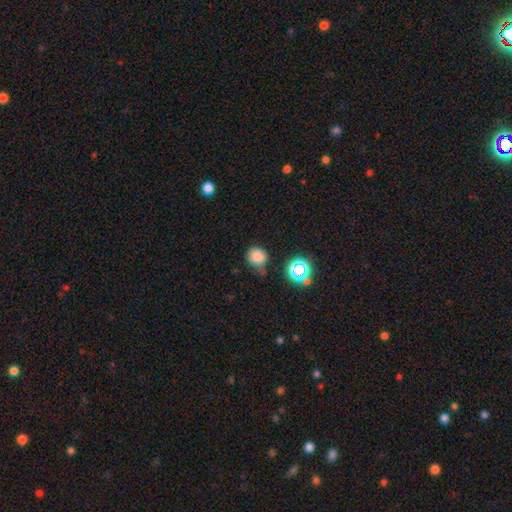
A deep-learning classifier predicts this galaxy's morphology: The model was most divided on "merging": none: 63%, minor disturbance: 24%, major disturbance: 7%, merger: 6%. More confident: how rounded — round (85%); smooth or featured — smooth (78%).